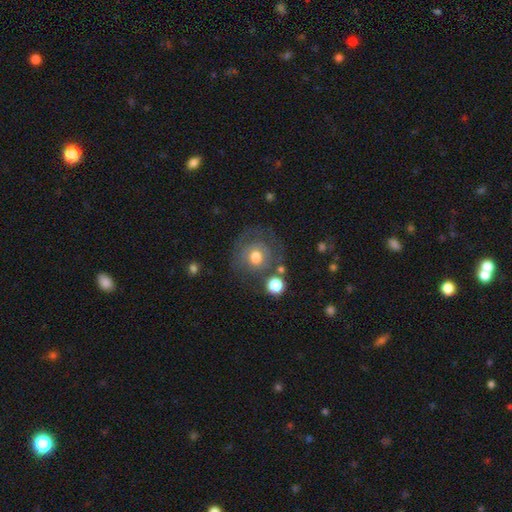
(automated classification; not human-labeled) Smooth or featured? Predicted: smooth (p=0.54). How rounded? Predicted: round (p=0.86). Merging? Predicted: none (p=0.61).